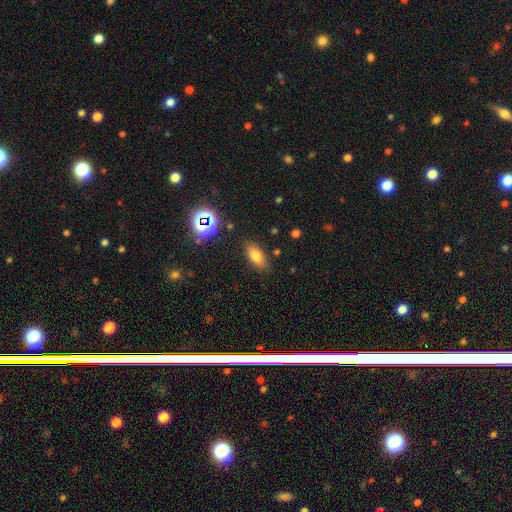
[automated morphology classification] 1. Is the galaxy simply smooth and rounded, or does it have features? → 74% smooth, 14% star or artifact, 12% featured or disk.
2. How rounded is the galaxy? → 82% in between, 12% cigar-shaped, 6% round.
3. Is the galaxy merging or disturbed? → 84% none, 11% minor disturbance, 3% major disturbance, 2% merger.